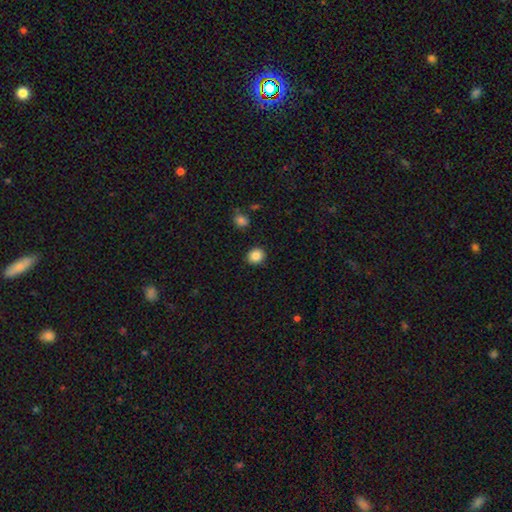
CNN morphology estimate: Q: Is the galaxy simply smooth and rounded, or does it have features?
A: smooth — 86%.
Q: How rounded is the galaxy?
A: round — 79%.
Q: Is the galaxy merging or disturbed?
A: none — 90%.